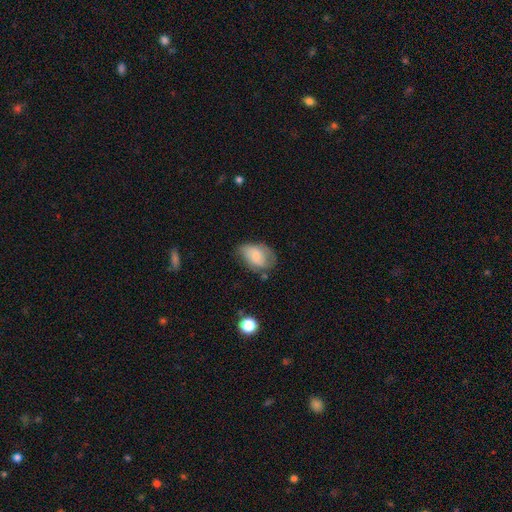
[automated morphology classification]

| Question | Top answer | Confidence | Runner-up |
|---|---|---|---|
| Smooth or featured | smooth | 67% | featured or disk (25%) |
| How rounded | in between | 84% | round (15%) |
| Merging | none | 47% | minor disturbance (36%) |